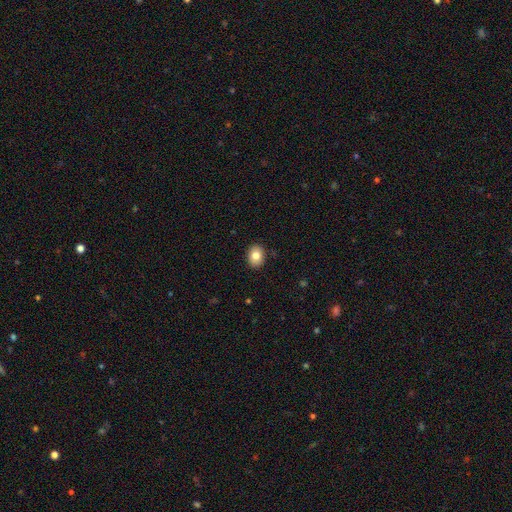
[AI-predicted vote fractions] A smooth galaxy with no disk features (82%) that is in between round and cigar-shaped (62%). Merging: none (90%).